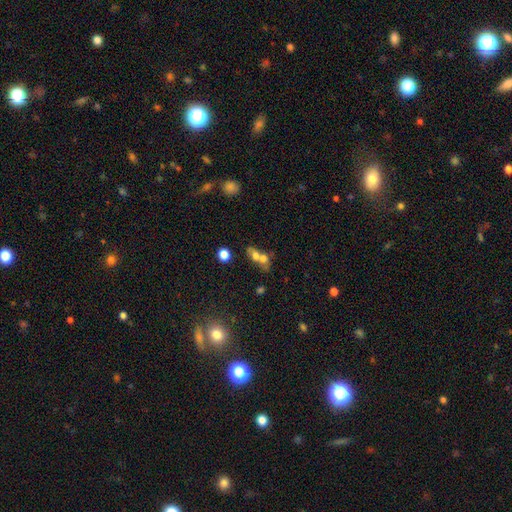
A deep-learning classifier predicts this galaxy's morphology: Smooth or featured? smooth (64%)
How rounded? in between (49%)
Merging? merger (67%)